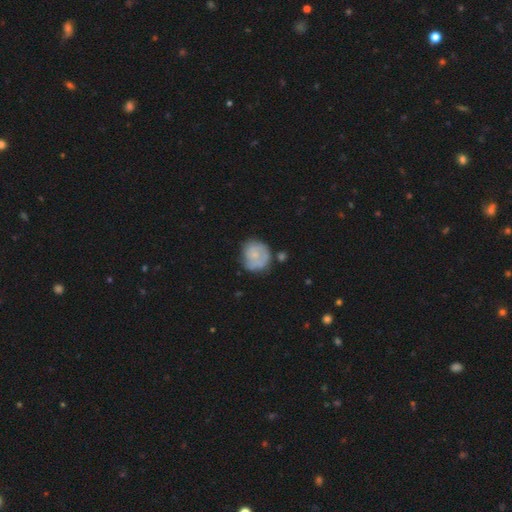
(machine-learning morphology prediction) A smooth galaxy with no disk features (59%) that is round (79%).

Vote fractions:
- Smooth or featured? smooth: 59% / featured or disk: 34% / star or artifact: 7%
- How rounded? round: 79% / in between: 20% / cigar-shaped: 1%
- Merging? none: 55% / minor disturbance: 28% / major disturbance: 11% / merger: 6%